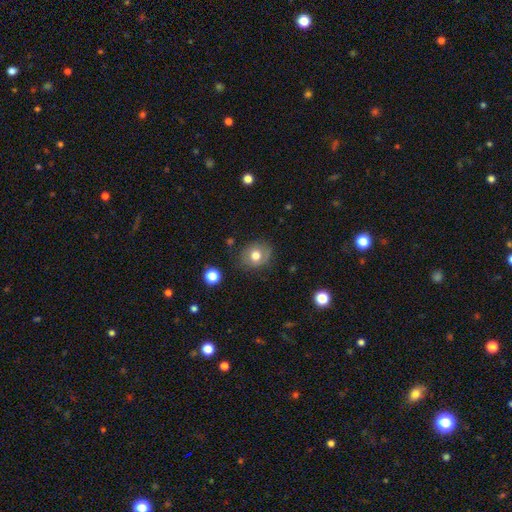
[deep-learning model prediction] A smooth galaxy with no disk features (70%) that is round (65%).

Vote fractions:
- Smooth or featured? smooth: 70% / featured or disk: 20% / star or artifact: 10%
- How rounded? round: 65% / in between: 34% / cigar-shaped: 1%
- Merging? none: 77% / minor disturbance: 16% / major disturbance: 5% / merger: 2%